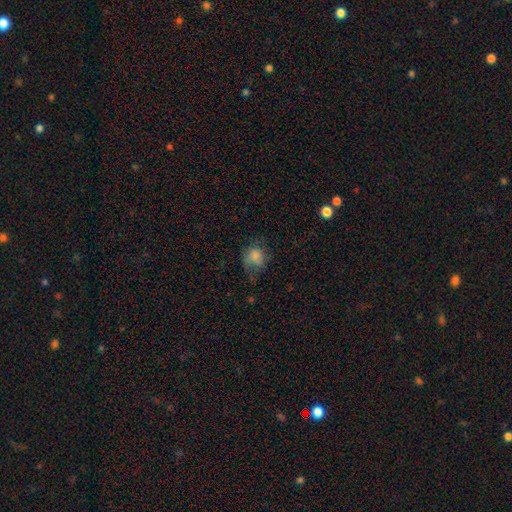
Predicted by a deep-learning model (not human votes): This appears to be a smooth galaxy with no disk features (67%) that is round (57%). Merging: none (42%).